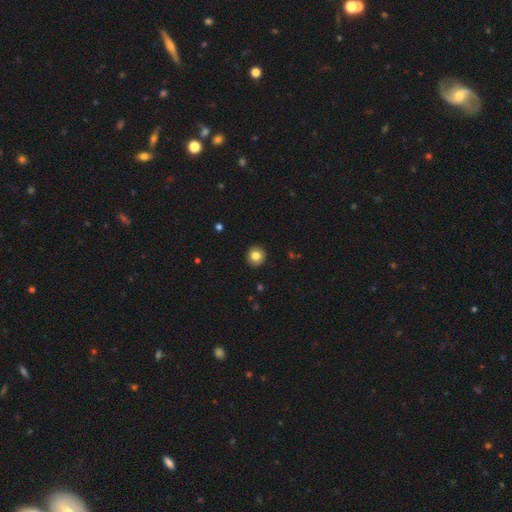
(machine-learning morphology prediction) smooth-or-featured: smooth: 82% | star or artifact: 9% | featured or disk: 9%
  how-rounded: round: 92% | in between: 7% | cigar-shaped: 1%
  merging: none: 93% | minor disturbance: 5% | major disturbance: 1% | merger: 1%